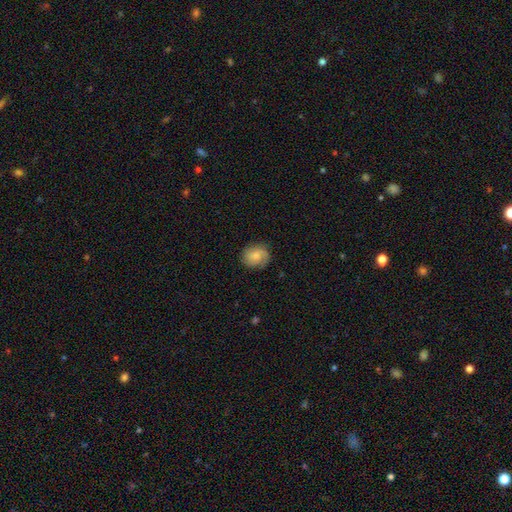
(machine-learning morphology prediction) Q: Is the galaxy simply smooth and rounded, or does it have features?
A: smooth — 68%.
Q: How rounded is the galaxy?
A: round — 71%.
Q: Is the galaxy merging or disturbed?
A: none — 77%.